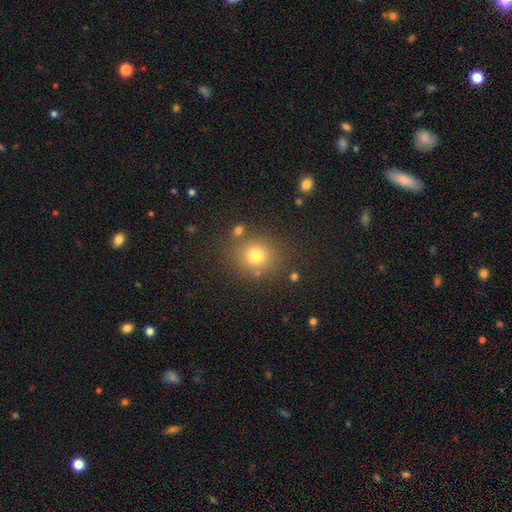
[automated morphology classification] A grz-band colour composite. It shows a smooth galaxy with no disk features (76%) that is round (86%). Merging: none (80%).